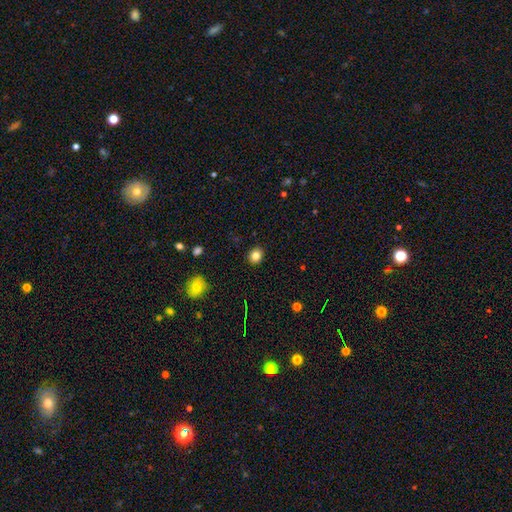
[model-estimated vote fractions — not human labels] A smooth galaxy with no disk features (82%) that is round (67%).

Vote fractions:
- Smooth or featured? smooth: 82% / star or artifact: 11% / featured or disk: 7%
- How rounded? round: 67% / in between: 32% / cigar-shaped: 1%
- Merging? none: 90% / minor disturbance: 7% / major disturbance: 2% / merger: 1%